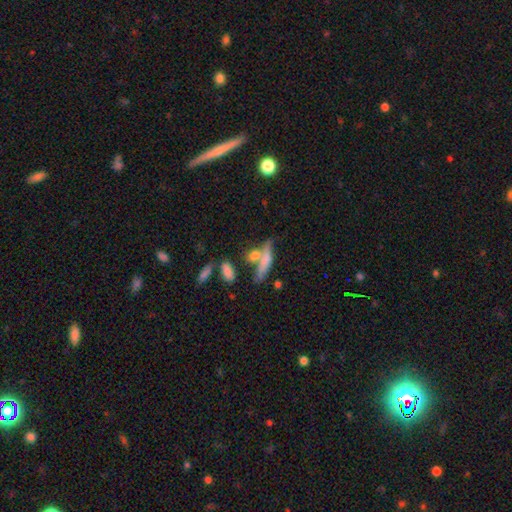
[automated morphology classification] smooth-or-featured: smooth: 56% | featured or disk: 32% | star or artifact: 12%
  how-rounded: cigar-shaped: 61% | in between: 32% | round: 7%
  merging: none: 47% | merger: 33% | minor disturbance: 14% | major disturbance: 7%